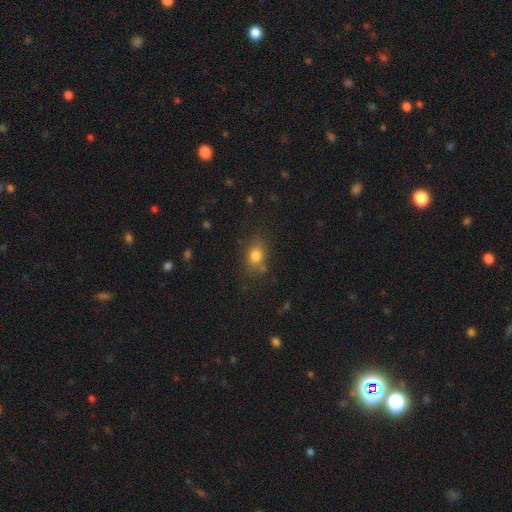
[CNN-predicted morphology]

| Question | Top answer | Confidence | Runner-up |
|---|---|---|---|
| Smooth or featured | smooth | 80% | star or artifact (12%) |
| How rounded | in between | 55% | round (44%) |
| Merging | none | 73% | minor disturbance (17%) |